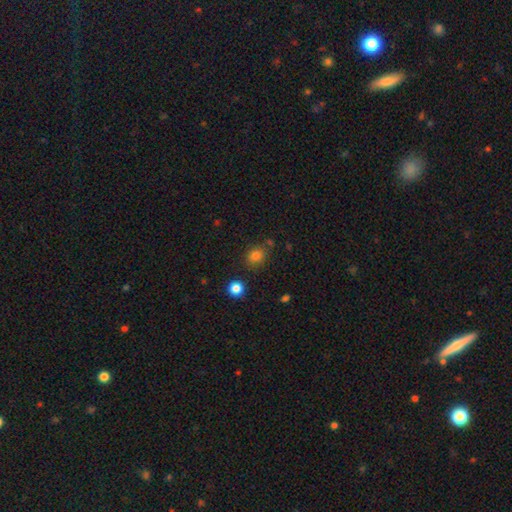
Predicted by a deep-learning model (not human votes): Overall: smooth (81%). How rounded: round (63%; in between 36%). Merging: none (77%).